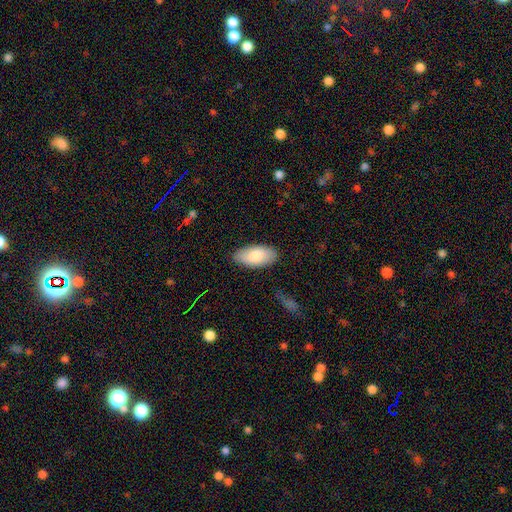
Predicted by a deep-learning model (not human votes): smooth-or-featured: smooth: 82% | featured or disk: 12% | star or artifact: 5%
  how-rounded: in between: 94% | cigar-shaped: 5% | round: 2%
  merging: none: 85% | minor disturbance: 11% | major disturbance: 2% | merger: 1%